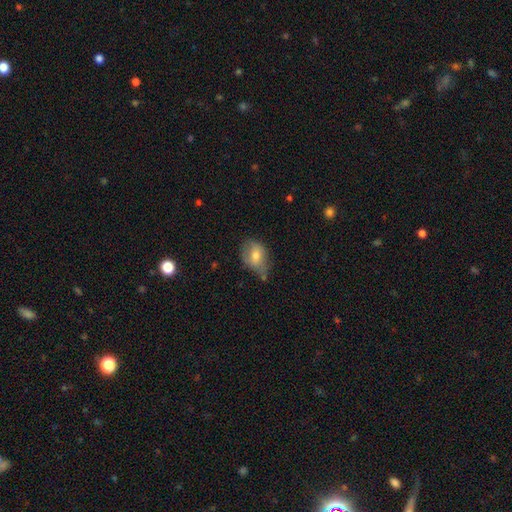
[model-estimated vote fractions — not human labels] smooth-or-featured: smooth: 63% | featured or disk: 29% | star or artifact: 9%
  how-rounded: in between: 74% | round: 24% | cigar-shaped: 2%
  merging: none: 48% | minor disturbance: 35% | major disturbance: 12% | merger: 5%